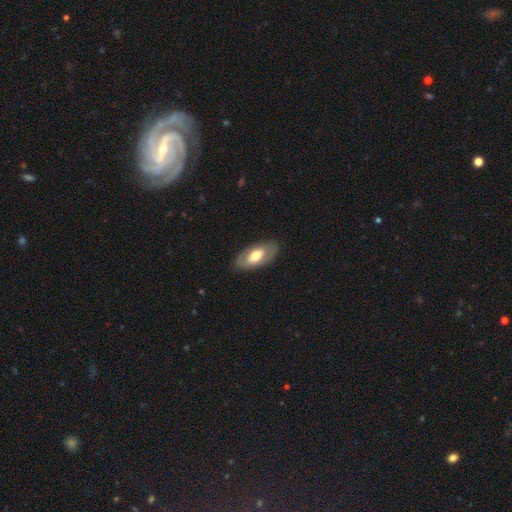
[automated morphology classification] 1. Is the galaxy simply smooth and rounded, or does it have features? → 60% smooth, 34% featured or disk, 6% star or artifact.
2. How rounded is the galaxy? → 91% in between, 6% cigar-shaped, 3% round.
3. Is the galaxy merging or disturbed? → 85% none, 11% minor disturbance, 3% major disturbance, 1% merger.